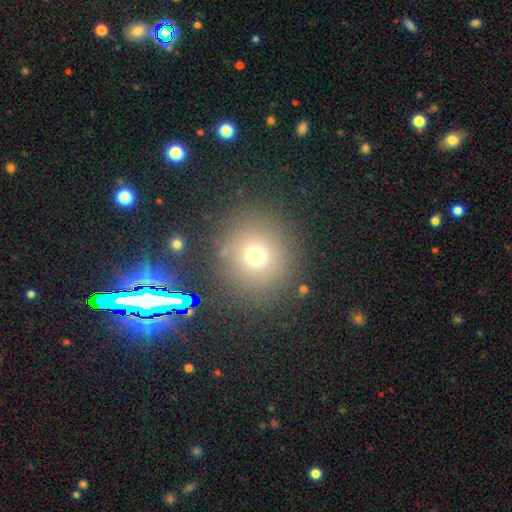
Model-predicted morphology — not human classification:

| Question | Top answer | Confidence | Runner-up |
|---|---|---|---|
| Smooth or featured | smooth | 69% | star or artifact (21%) |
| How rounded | round | 90% | in between (9%) |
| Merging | none | 83% | minor disturbance (8%) |